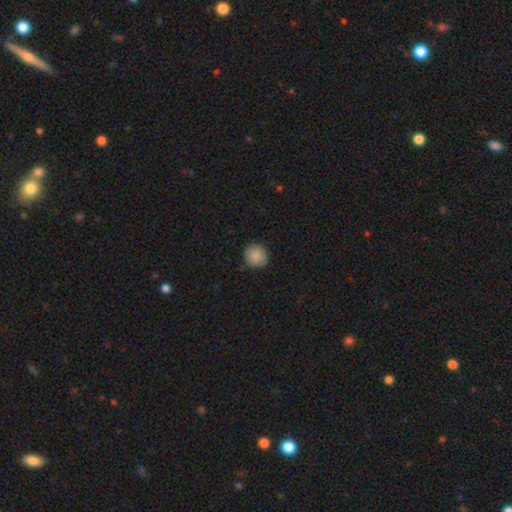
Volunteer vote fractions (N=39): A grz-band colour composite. It shows a smooth galaxy with no disk features (92%) that is round (97%). Merging: none (92%).